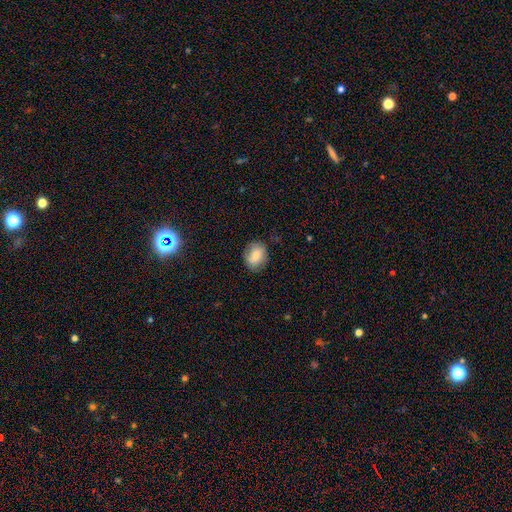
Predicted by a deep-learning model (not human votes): Smooth or featured?
  - smooth: 79% *
  - featured or disk: 13%
  - star or artifact: 8%
How rounded?
  - in between: 59% *
  - round: 39%
  - cigar-shaped: 1%
Merging?
  - none: 79% *
  - minor disturbance: 16%
  - major disturbance: 4%
  - merger: 1%